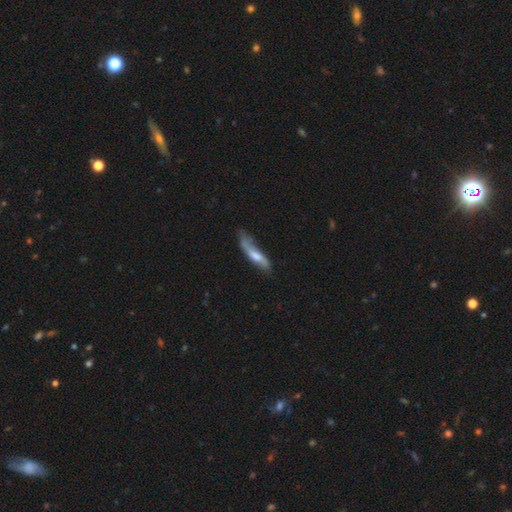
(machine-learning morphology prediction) Smooth or featured?
  - smooth: 48% *
  - featured or disk: 46%
  - star or artifact: 6%
Merging?
  - none: 48% *
  - minor disturbance: 33%
  - major disturbance: 16%
  - merger: 4%